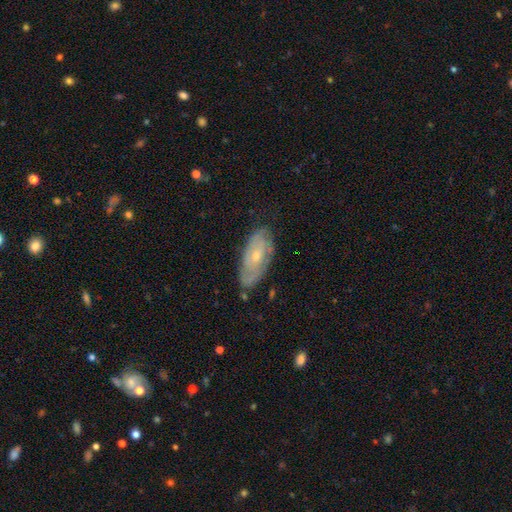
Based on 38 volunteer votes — Smooth or featured? 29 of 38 (76%) said featured or disk. Edge-on disk? 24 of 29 (83%) said no. Bar? 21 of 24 (88%) said no. Spiral arms? 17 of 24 (71%) said yes. Spiral winding? 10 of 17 (59%) said tight. Spiral arm count? 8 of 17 (47%, tied with can't tell) said 2. Bulge size? 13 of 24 (54%) said small. Merging? 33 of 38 (87%) said none.